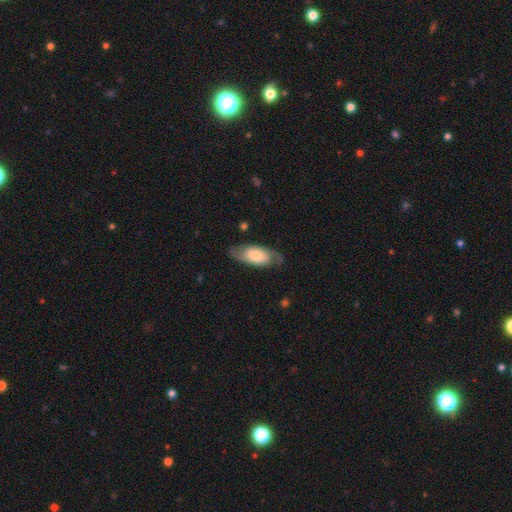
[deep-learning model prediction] This is possibly a featured or disk galaxy (48%). Merging: likely none (75%).